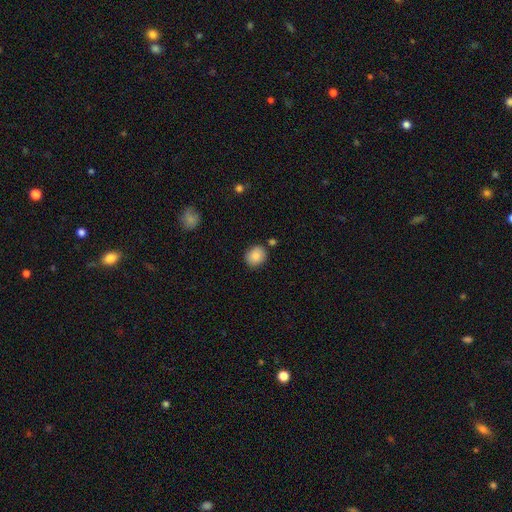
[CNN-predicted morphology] Smooth or featured? Predicted: smooth (p=0.87). How rounded? Predicted: round (p=0.71). Merging? Predicted: none (p=0.82).